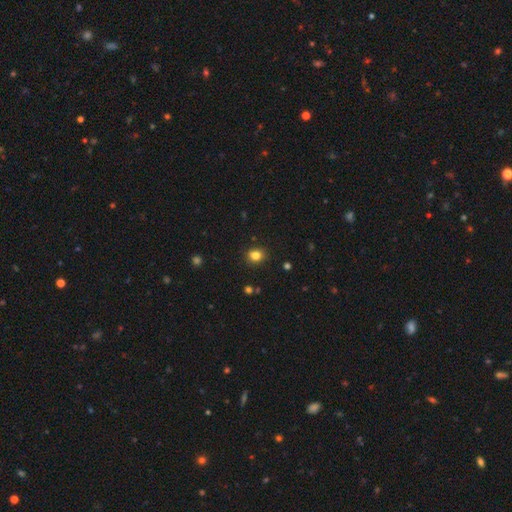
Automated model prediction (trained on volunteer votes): This appears to be a smooth galaxy with no disk features (81%) that is round (69%). Merging: none (88%).